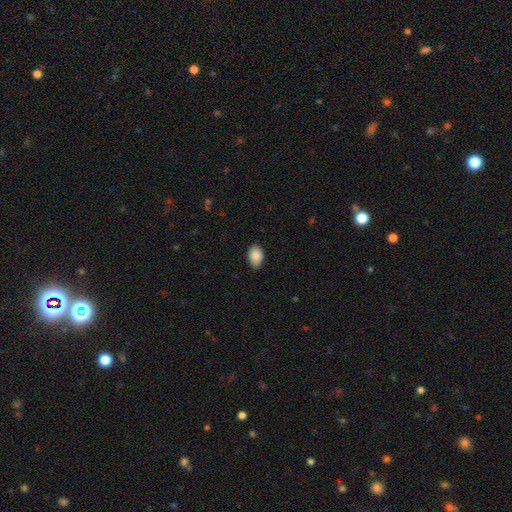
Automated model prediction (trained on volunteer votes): Smooth or featured? Predicted: smooth (p=0.89). How rounded? Predicted: in between (p=0.87). Merging? Predicted: none (p=0.78).